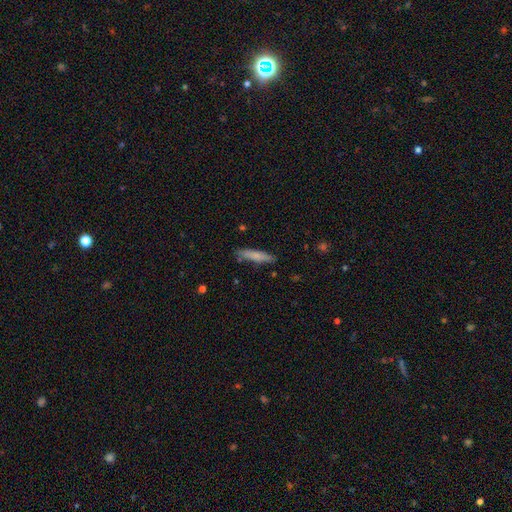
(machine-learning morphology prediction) smooth-or-featured: smooth: 73% | featured or disk: 21% | star or artifact: 6%
  how-rounded: cigar-shaped: 87% | in between: 12% | round: 1%
  merging: none: 83% | minor disturbance: 13% | major disturbance: 2% | merger: 2%